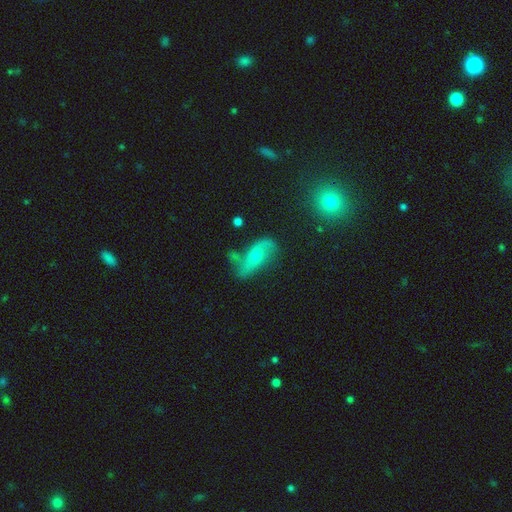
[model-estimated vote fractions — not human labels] Morphology: type=featured or disk (60%); edge-on=no (89%); bar=no (67%); spiral arms=yes (83%); bulge=small (51%); merging=none (49%).